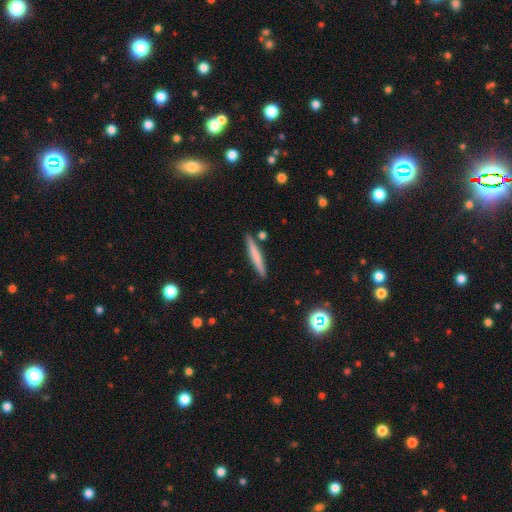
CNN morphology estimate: Smooth or featured? smooth (66%)
How rounded? cigar-shaped (95%)
Merging? none (88%)